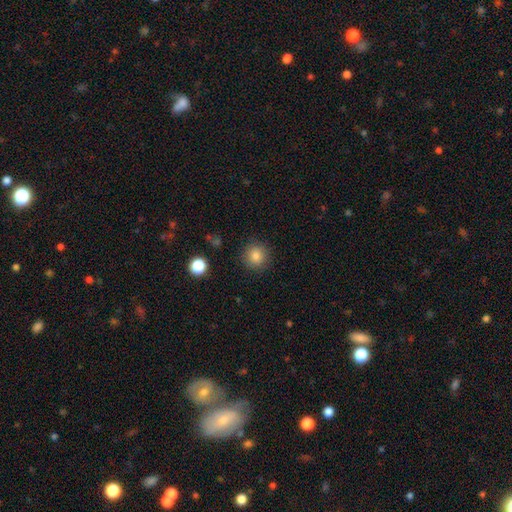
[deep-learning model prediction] Q: Smooth or featured?
A: smooth (84%); runner-up: star or artifact (11%)
Q: How rounded?
A: round (92%); runner-up: in between (7%)
Q: Merging?
A: none (89%); runner-up: minor disturbance (7%)